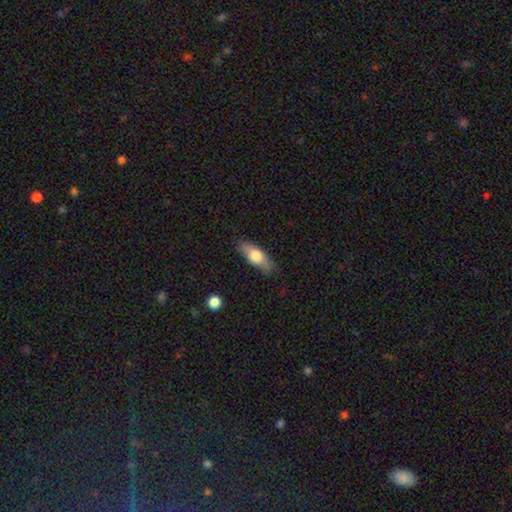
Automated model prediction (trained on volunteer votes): smooth_or_featured: smooth (p=0.66) [alt: featured or disk p=0.28]
how_rounded: in between (p=0.70) [alt: cigar-shaped p=0.27]
merging: none (p=0.80) [alt: minor disturbance p=0.15]